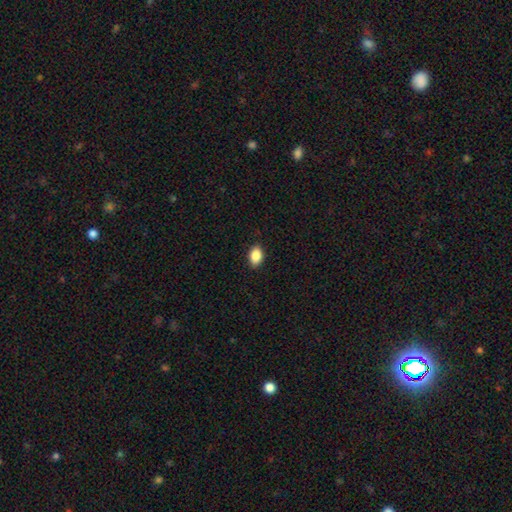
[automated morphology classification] This appears to be a smooth galaxy with no disk features (88%) that is in between round and cigar-shaped (86%). Merging: none (89%).